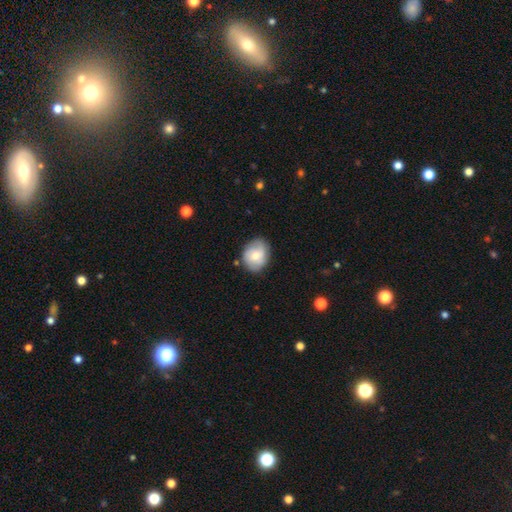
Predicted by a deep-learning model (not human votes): The model was most divided on "how rounded": round: 54%, in between: 46%, cigar-shaped: 1%. More confident: merging — none (74%); smooth or featured — smooth (61%).